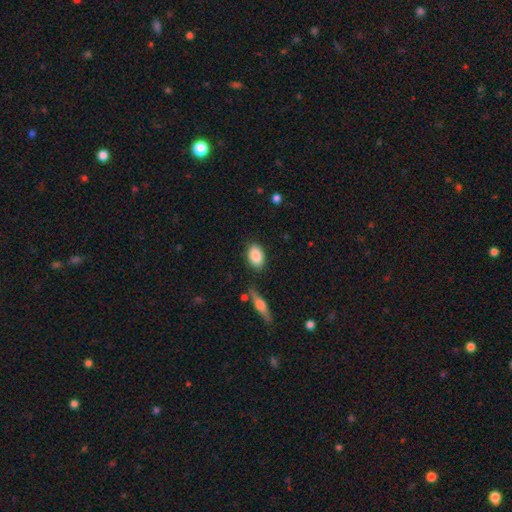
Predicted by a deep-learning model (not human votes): smooth 87%, star or artifact 7%, featured or disk 6%. Down the decision tree: how rounded — in between (87%); merging — none (83%).